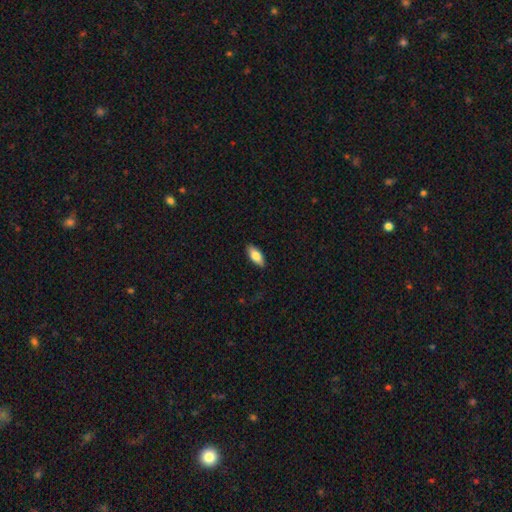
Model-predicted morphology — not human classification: Q: Smooth or featured?
A: smooth (79%); runner-up: featured or disk (15%)
Q: How rounded?
A: in between (83%); runner-up: cigar-shaped (15%)
Q: Merging?
A: none (88%); runner-up: minor disturbance (9%)